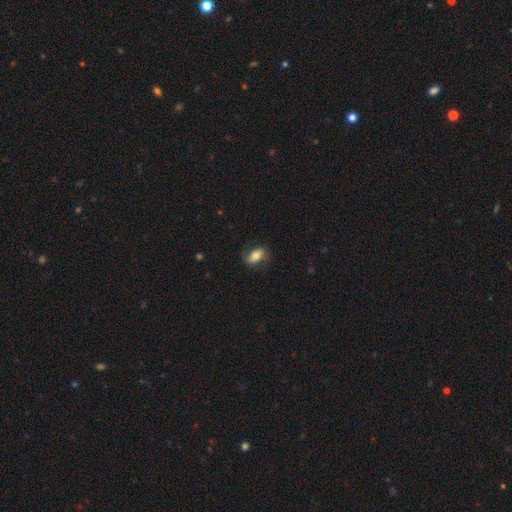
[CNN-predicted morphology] Smooth or featured? smooth (70%)
How rounded? in between (87%)
Merging? none (76%)